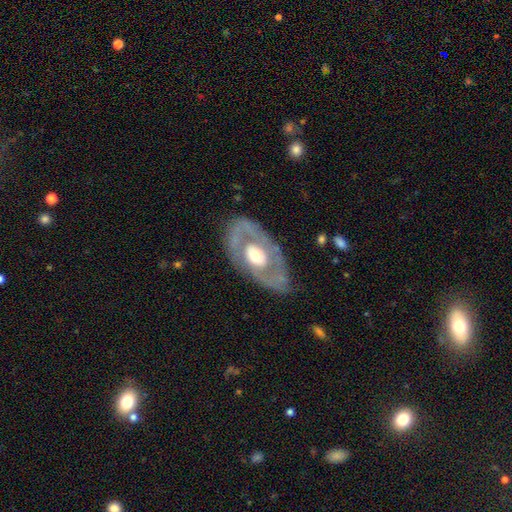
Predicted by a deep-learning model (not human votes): This is likely a featured or disk galaxy (71%). It is clearly not viewed edge-on (91%). Bar: likely no (77%). Spiral arm pattern: likely no (63%). Central bulge: likely moderate (66%). Merging: likely none (74%).